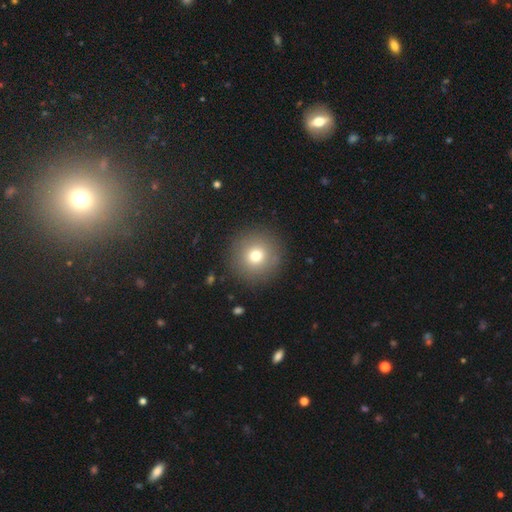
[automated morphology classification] smooth_or_featured: smooth (p=0.74) [alt: star or artifact p=0.13]
how_rounded: round (p=0.96) [alt: in between p=0.03]
merging: none (p=0.90) [alt: minor disturbance p=0.06]